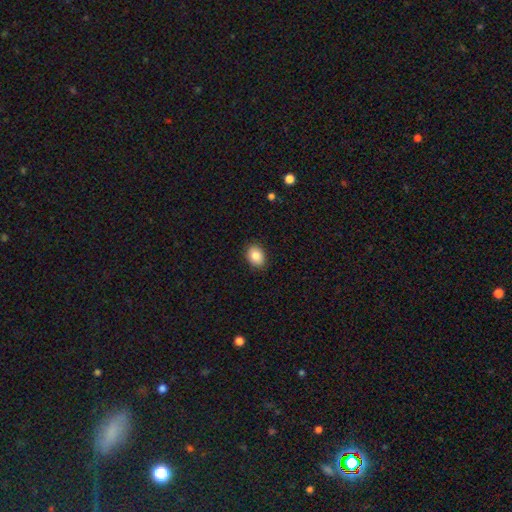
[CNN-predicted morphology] Smooth or featured? smooth (84%)
How rounded? in between (62%)
Merging? none (89%)